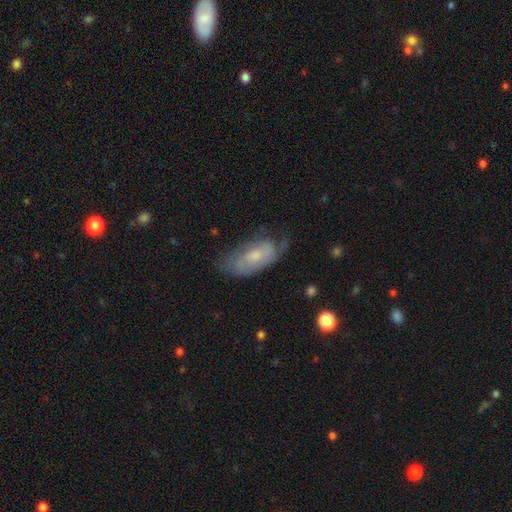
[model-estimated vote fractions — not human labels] Smooth or featured? featured or disk (48%)
Merging? none (52%)